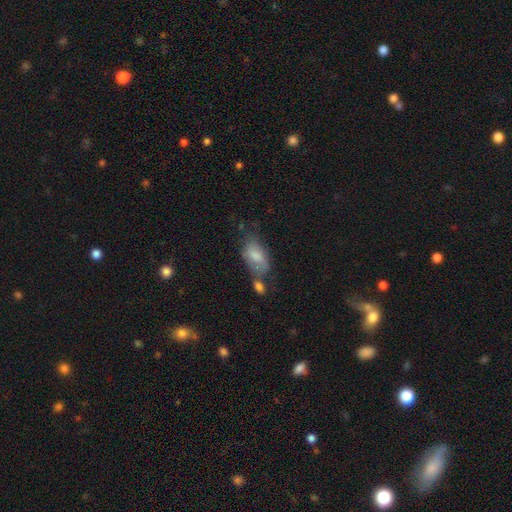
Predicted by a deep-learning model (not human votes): Q: Smooth or featured?
A: smooth (71%); runner-up: featured or disk (22%)
Q: How rounded?
A: in between (92%); runner-up: round (4%)
Q: Merging?
A: none (40%); runner-up: minor disturbance (25%)